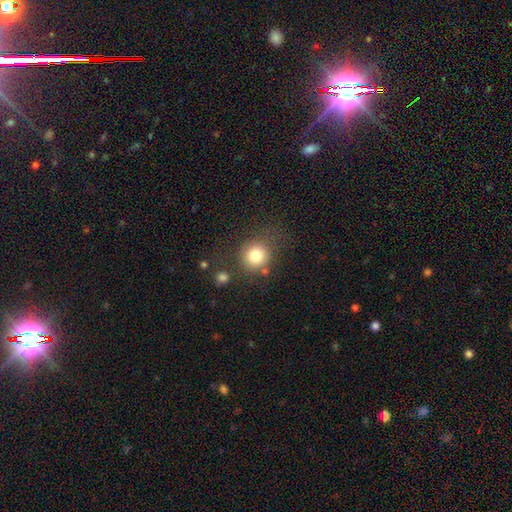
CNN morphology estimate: type=smooth (80%); roundness=round (87%); merging=none (71%).